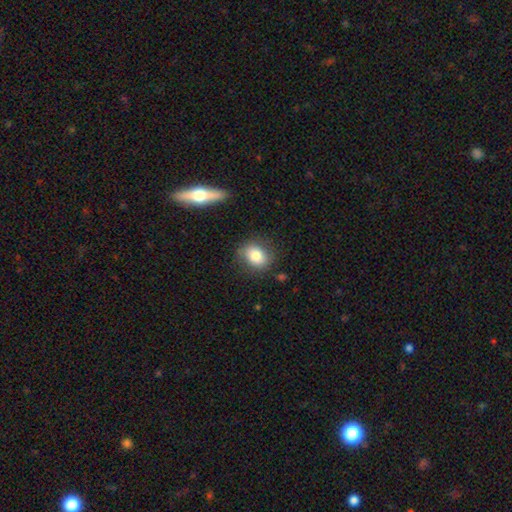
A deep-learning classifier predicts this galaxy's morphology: type=smooth (81%); roundness=round (51%); merging=none (79%).